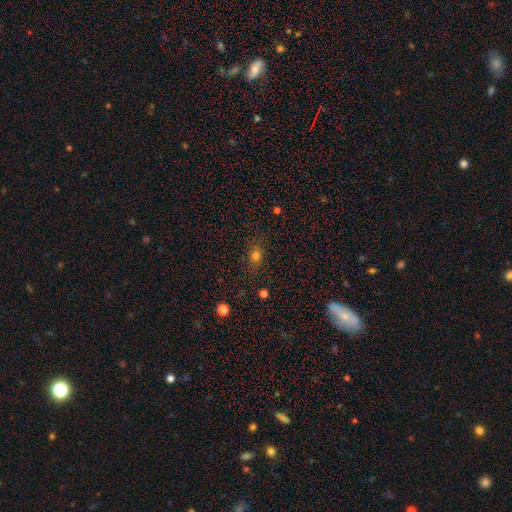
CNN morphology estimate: Smooth or featured?
  - smooth: 74% *
  - star or artifact: 18%
  - featured or disk: 8%
How rounded?
  - in between: 49% *
  - round: 48%
  - cigar-shaped: 3%
Merging?
  - none: 82% *
  - minor disturbance: 12%
  - major disturbance: 4%
  - merger: 2%